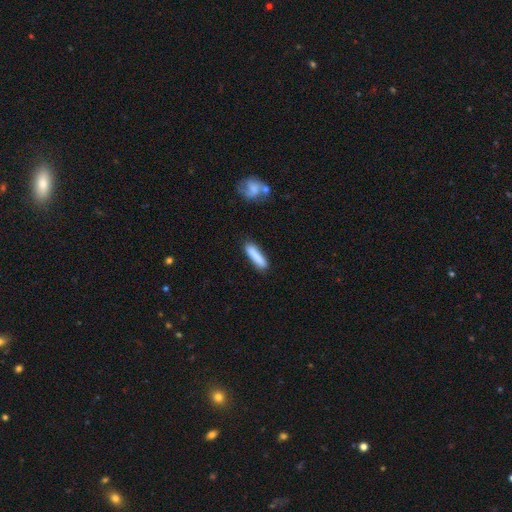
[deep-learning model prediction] smooth_or_featured: smooth (p=0.85) [alt: featured or disk p=0.09]
how_rounded: cigar-shaped (p=0.82) [alt: in between p=0.16]
merging: none (p=0.83) [alt: minor disturbance p=0.12]